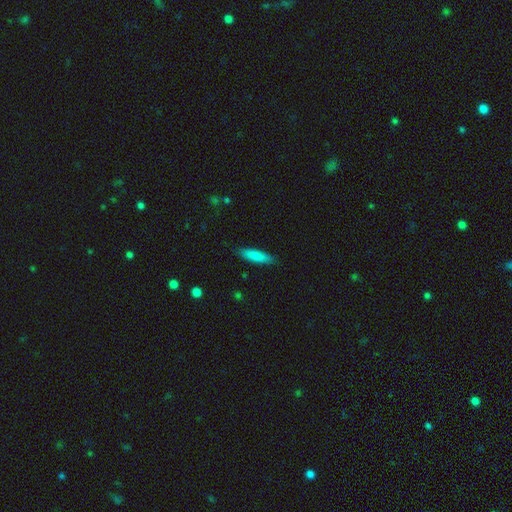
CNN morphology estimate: This is clearly a smooth galaxy (83%). How rounded: likely cigar-shaped (75%). Merging: clearly none (87%).